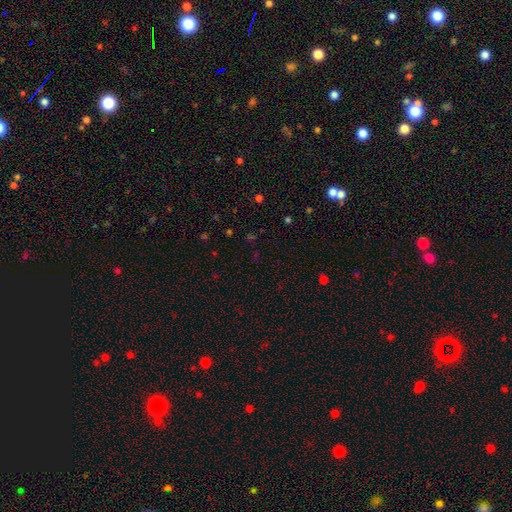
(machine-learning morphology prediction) type=star or artifact (59%).